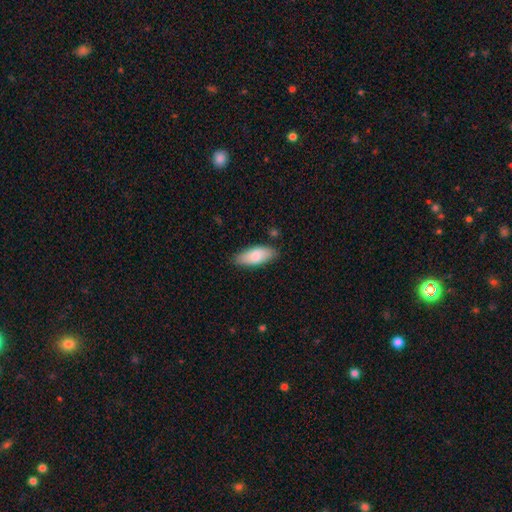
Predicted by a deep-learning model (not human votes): smooth_or_featured: smooth (p=0.82) [alt: featured or disk p=0.12]
how_rounded: in between (p=0.80) [alt: cigar-shaped p=0.18]
merging: none (p=0.82) [alt: minor disturbance p=0.13]